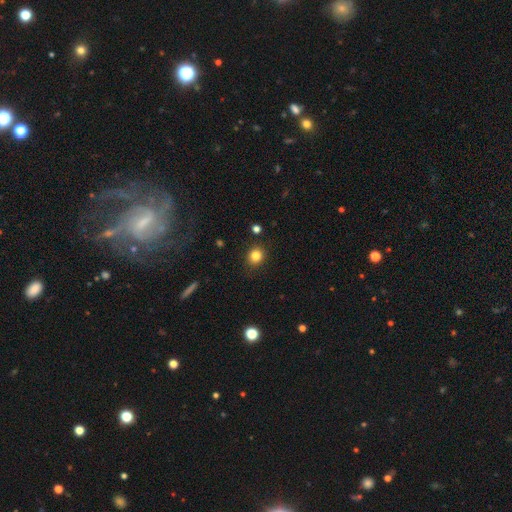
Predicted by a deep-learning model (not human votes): Smooth or featured: smooth — 83% (star or artifact — 11%)
How rounded: round — 75% (in between — 24%)
Merging: none — 87% (minor disturbance — 8%)